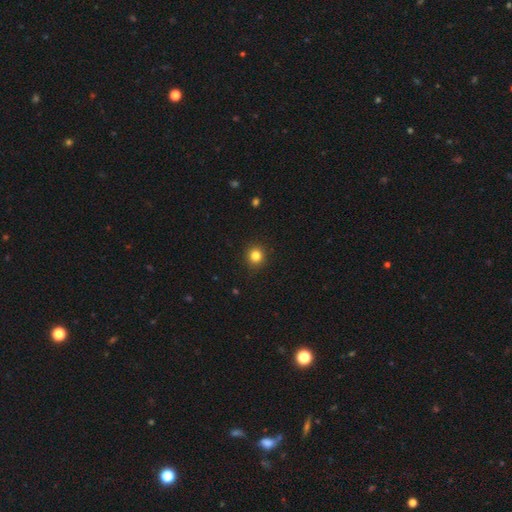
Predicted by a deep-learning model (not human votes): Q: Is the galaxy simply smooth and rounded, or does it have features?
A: smooth — 83%.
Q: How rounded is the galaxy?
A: round — 91%.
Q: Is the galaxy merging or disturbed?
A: none — 91%.